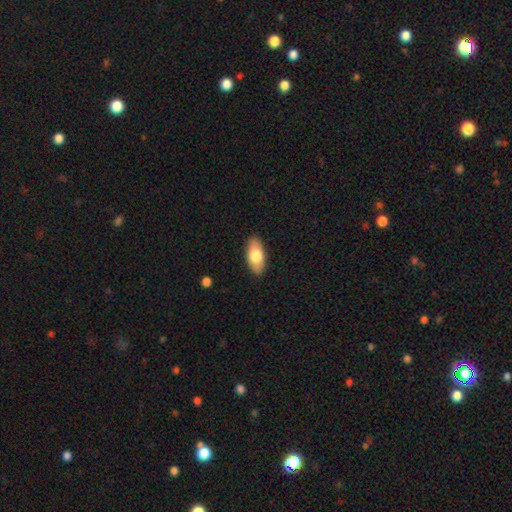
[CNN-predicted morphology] Smooth or featured?
  - smooth: 74% *
  - featured or disk: 20%
  - star or artifact: 6%
How rounded?
  - in between: 89% *
  - cigar-shaped: 8%
  - round: 3%
Merging?
  - none: 89% *
  - minor disturbance: 8%
  - major disturbance: 2%
  - merger: 1%